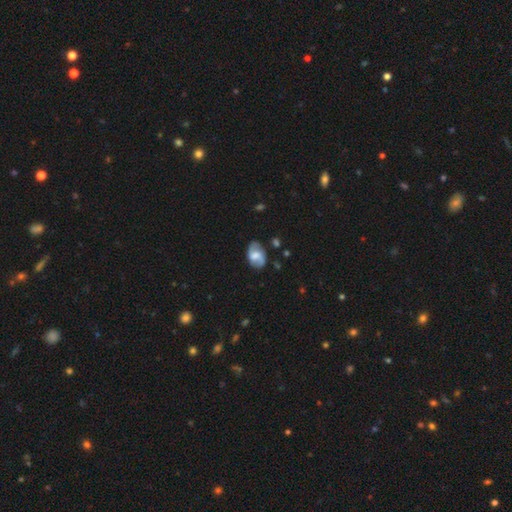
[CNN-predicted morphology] The model was most divided on "bar": weak: 48%, no: 37%, strong: 15%. Remaining: edge-on disk — no (96%); spiral arms — yes (85%); merging — none (74%); smooth or featured — featured or disk (60%); bulge size — moderate (45%).